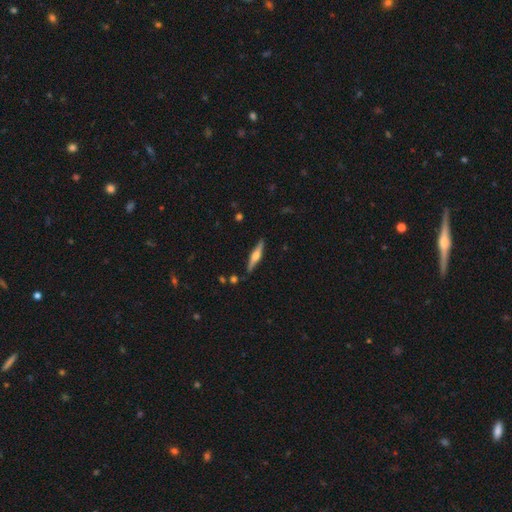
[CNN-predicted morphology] A featured or disk galaxy (67%) viewed edge-on (97%) with a rounded central bulge (90%).

Vote fractions:
- Smooth or featured? featured or disk: 67% / smooth: 27% / star or artifact: 5%
- Edge-on disk? yes: 97% / no: 3%
- Edge-on bulge? rounded: 90% / boxy: 7% / none: 3%
- Merging? none: 88% / minor disturbance: 9% / merger: 2% / major disturbance: 2%